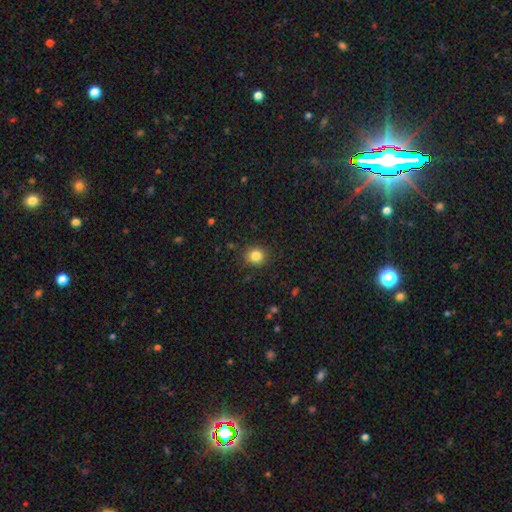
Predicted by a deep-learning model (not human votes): smooth-or-featured: smooth: 83% | star or artifact: 11% | featured or disk: 5%
  how-rounded: round: 84% | in between: 15% | cigar-shaped: 1%
  merging: none: 88% | minor disturbance: 8% | major disturbance: 2% | merger: 1%